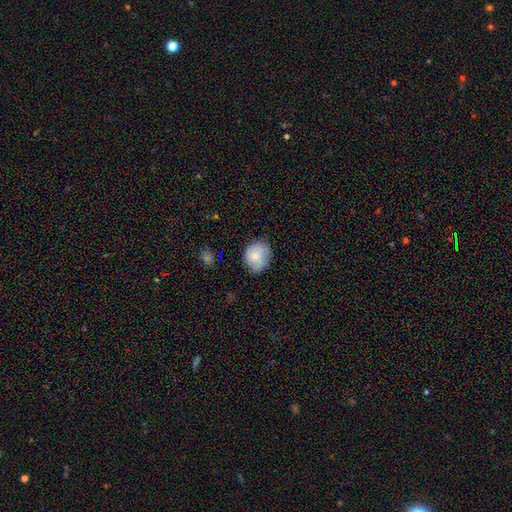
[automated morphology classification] Q: Smooth or featured?
A: smooth (77%); runner-up: featured or disk (15%)
Q: How rounded?
A: round (63%); runner-up: in between (36%)
Q: Merging?
A: none (69%); runner-up: minor disturbance (24%)